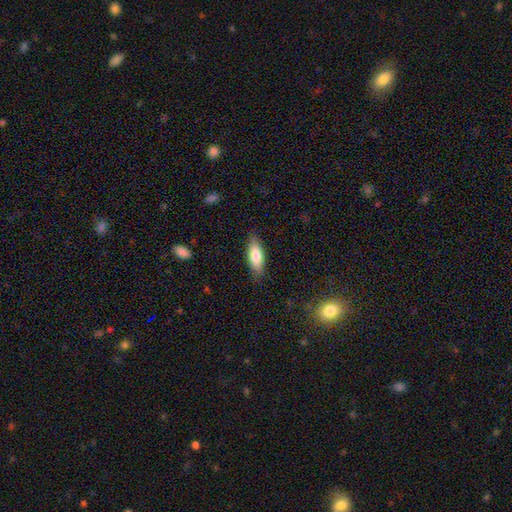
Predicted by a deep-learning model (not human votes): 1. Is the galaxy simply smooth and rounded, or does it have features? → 78% smooth, 16% featured or disk, 6% star or artifact.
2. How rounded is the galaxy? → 68% in between, 30% cigar-shaped, 2% round.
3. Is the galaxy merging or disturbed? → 85% none, 12% minor disturbance, 2% major disturbance, 1% merger.